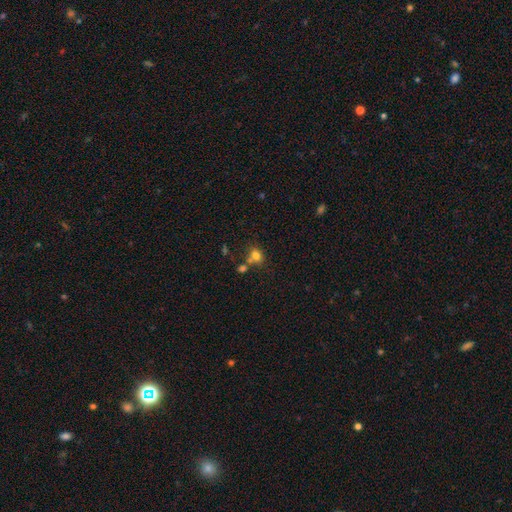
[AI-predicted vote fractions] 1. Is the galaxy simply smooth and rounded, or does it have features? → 78% smooth, 13% star or artifact, 9% featured or disk.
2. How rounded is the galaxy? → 66% round, 33% in between, 1% cigar-shaped.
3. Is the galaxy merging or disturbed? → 57% none, 26% merger, 12% minor disturbance, 5% major disturbance.